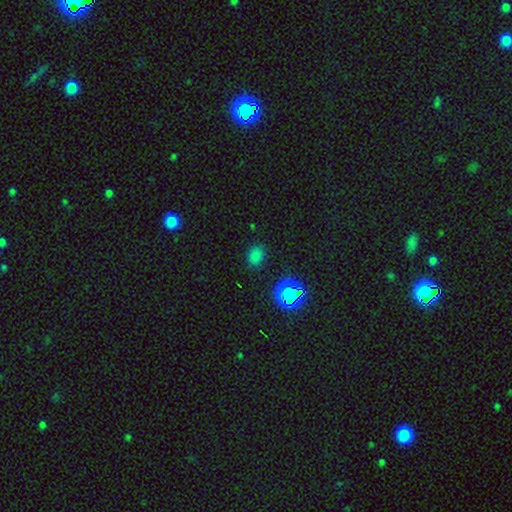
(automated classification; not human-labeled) Smooth or featured? Predicted: smooth (p=0.70). How rounded? Predicted: in between (p=0.60). Merging? Predicted: none (p=0.82).